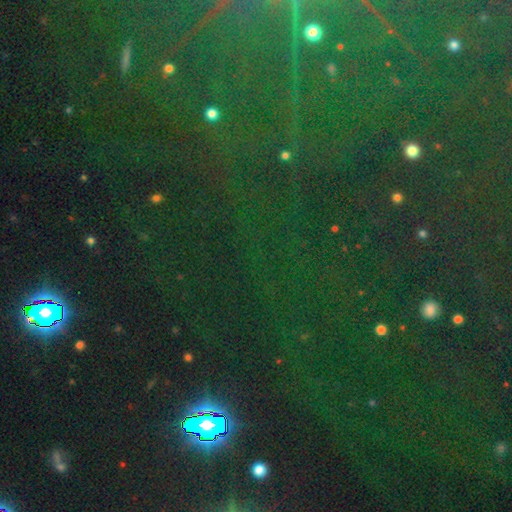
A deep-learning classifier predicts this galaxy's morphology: smooth-or-featured: star or artifact: 84% | smooth: 9% | featured or disk: 7%